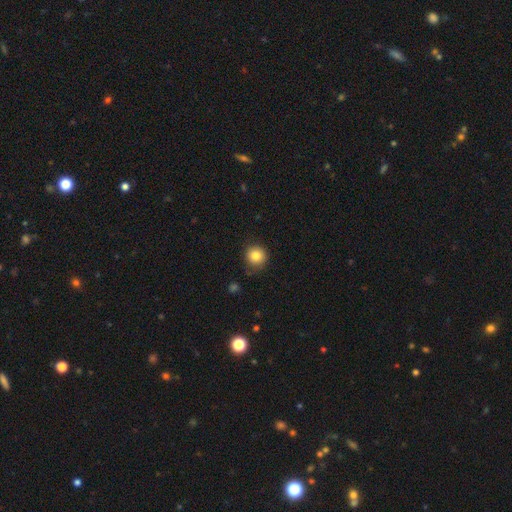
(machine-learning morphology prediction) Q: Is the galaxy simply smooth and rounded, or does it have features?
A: smooth — 83%.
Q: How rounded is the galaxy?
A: round — 92%.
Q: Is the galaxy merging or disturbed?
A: none — 80%.